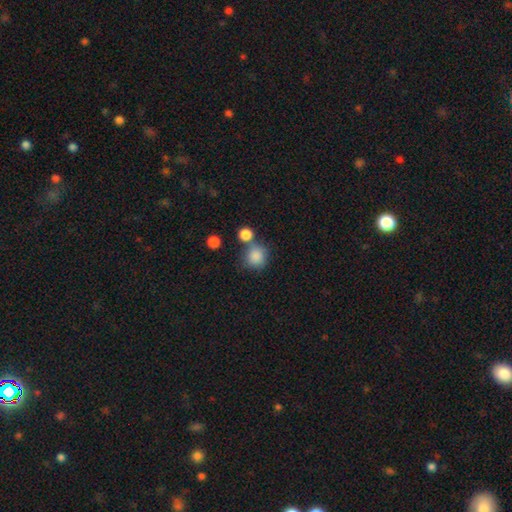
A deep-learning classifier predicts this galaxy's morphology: Q: Smooth or featured?
A: smooth (86%); runner-up: star or artifact (9%)
Q: How rounded?
A: round (87%); runner-up: in between (12%)
Q: Merging?
A: none (60%); runner-up: merger (23%)